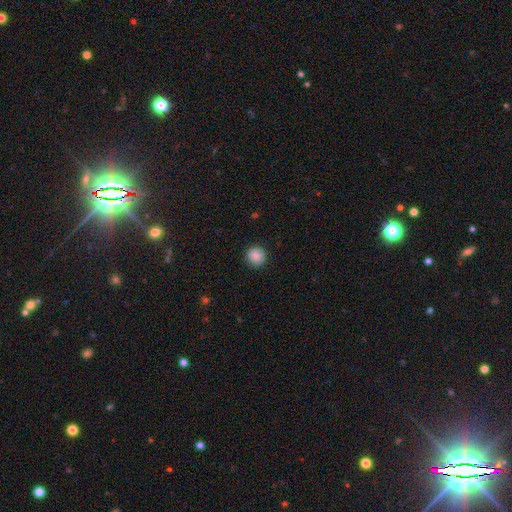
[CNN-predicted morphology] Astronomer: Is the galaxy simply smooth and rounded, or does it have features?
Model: smooth — 87%.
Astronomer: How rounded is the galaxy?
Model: round — 94%.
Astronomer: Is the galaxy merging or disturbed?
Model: none — 90%.